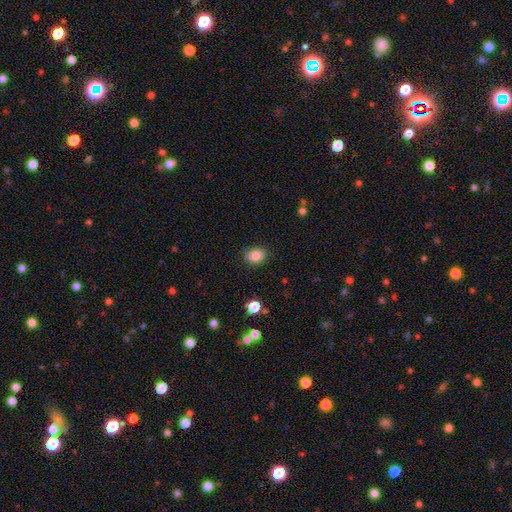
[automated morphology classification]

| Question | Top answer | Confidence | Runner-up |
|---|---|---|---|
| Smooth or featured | smooth | 85% | star or artifact (10%) |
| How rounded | in between | 55% | round (44%) |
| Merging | none | 84% | minor disturbance (12%) |